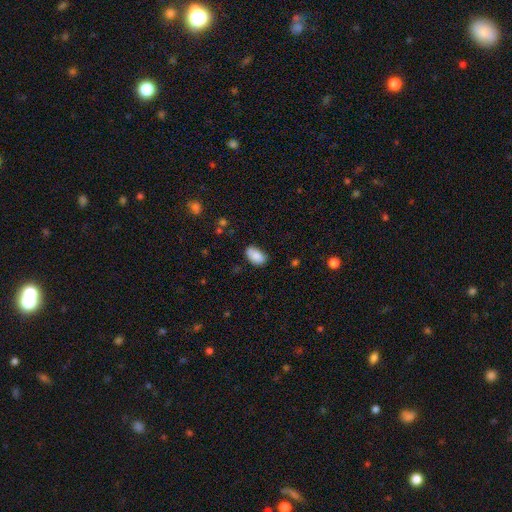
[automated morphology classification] smooth_or_featured: smooth (p=0.86) [alt: star or artifact p=0.07]
how_rounded: in between (p=0.93) [alt: round p=0.06]
merging: none (p=0.70) [alt: minor disturbance p=0.23]